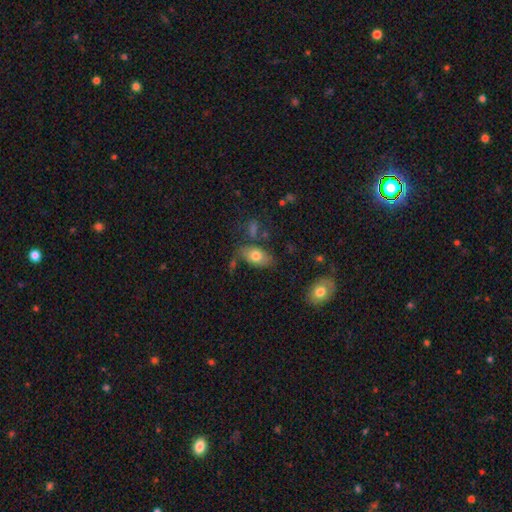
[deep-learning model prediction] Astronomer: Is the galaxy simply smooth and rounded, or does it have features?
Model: smooth — 74%.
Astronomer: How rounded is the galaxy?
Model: in between — 90%.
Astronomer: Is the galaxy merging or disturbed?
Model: none — 64%.